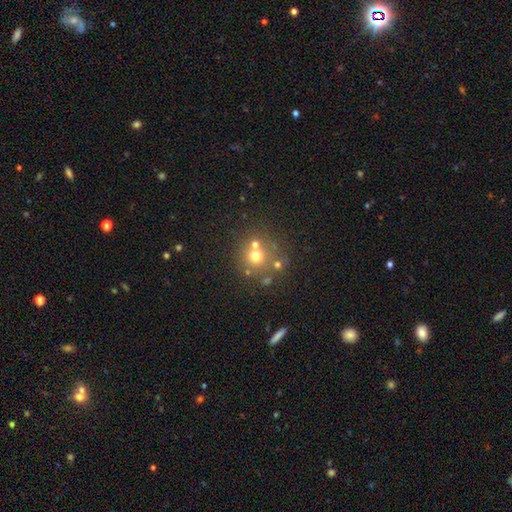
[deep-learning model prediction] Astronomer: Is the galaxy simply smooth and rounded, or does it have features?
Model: smooth — 62%.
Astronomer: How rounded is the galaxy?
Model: round — 90%.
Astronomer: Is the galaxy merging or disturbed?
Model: none — 61%.